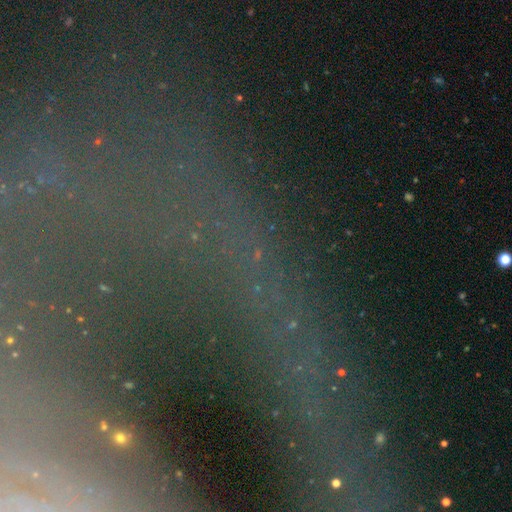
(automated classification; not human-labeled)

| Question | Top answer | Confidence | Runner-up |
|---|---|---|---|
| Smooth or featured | star or artifact | 64% | featured or disk (22%) |